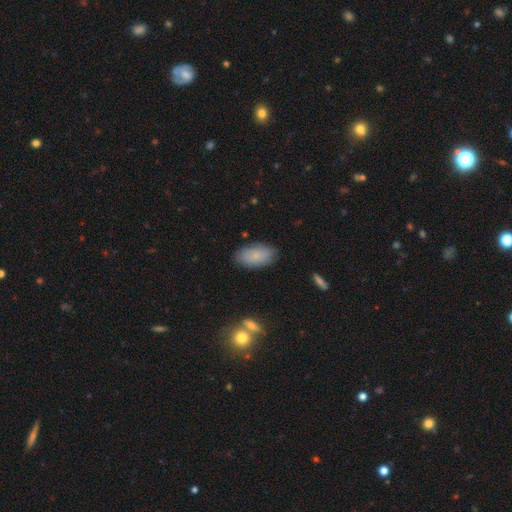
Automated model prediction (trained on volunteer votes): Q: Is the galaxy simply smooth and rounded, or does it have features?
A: smooth — 81%.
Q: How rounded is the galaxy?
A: in between — 94%.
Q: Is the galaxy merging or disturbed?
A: none — 84%.